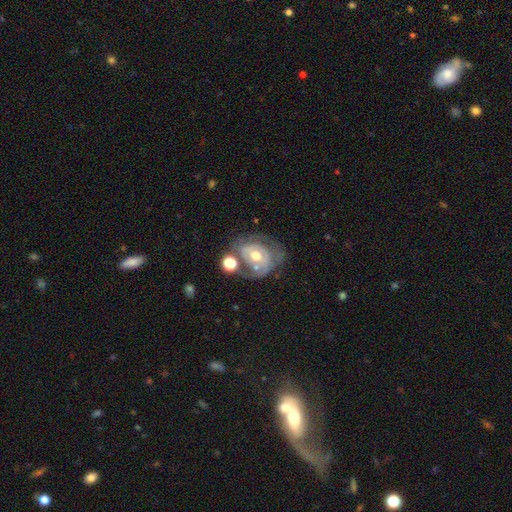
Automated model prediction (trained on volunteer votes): smooth-or-featured: featured or disk: 69% | smooth: 23% | star or artifact: 8%
  disk-edge-on: no: 97% | yes: 3%
    bar: no: 67% | weak: 25% | strong: 8%
    has-spiral-arms: yes: 66% | no: 34%
    bulge-size: moderate: 71% | small: 20% | large: 7% | none: 1% | dominant: 1%
  merging: none: 40% | major disturbance: 22% | minor disturbance: 21% | merger: 17%